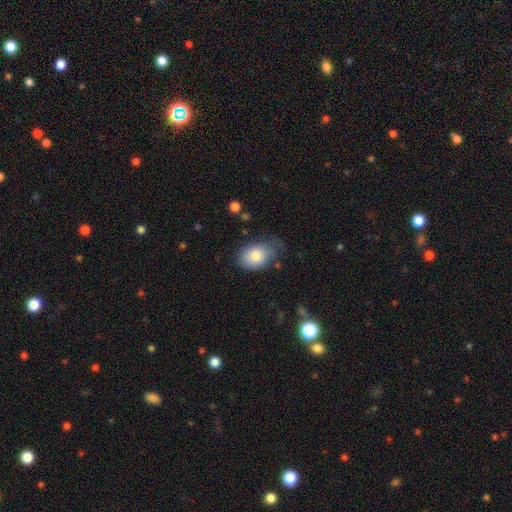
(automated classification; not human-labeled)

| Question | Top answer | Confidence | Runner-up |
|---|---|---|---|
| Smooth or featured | smooth | 81% | featured or disk (12%) |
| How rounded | in between | 81% | round (18%) |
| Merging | none | 55% | minor disturbance (32%) |